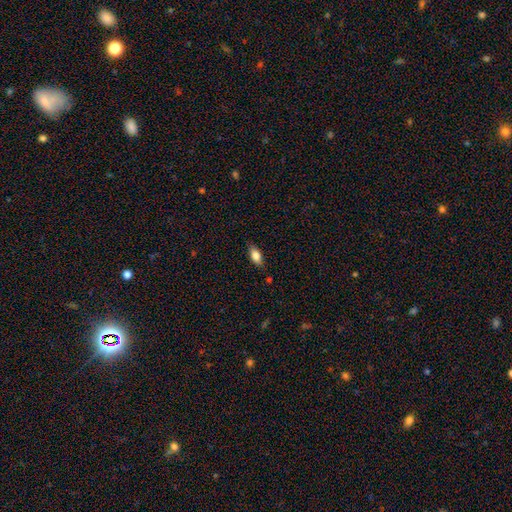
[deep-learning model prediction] Smooth or featured: smooth — 78% (featured or disk — 15%)
How rounded: in between — 83% (cigar-shaped — 13%)
Merging: none — 83% (minor disturbance — 14%)